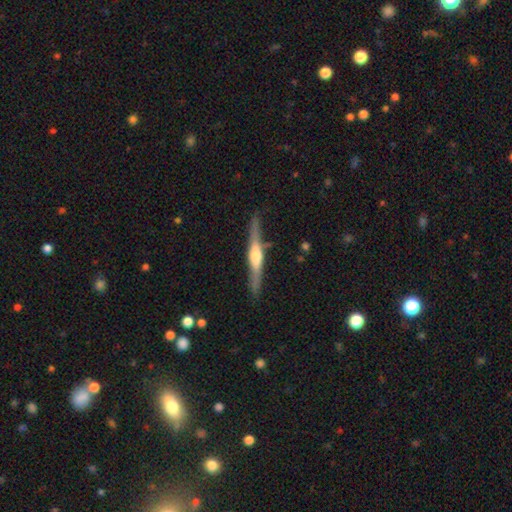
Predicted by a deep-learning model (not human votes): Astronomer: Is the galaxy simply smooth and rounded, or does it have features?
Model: featured or disk — 72%.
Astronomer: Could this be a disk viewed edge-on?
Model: yes — 97%.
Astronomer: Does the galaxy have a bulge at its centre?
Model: rounded — 80%.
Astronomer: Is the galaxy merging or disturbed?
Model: none — 84%.